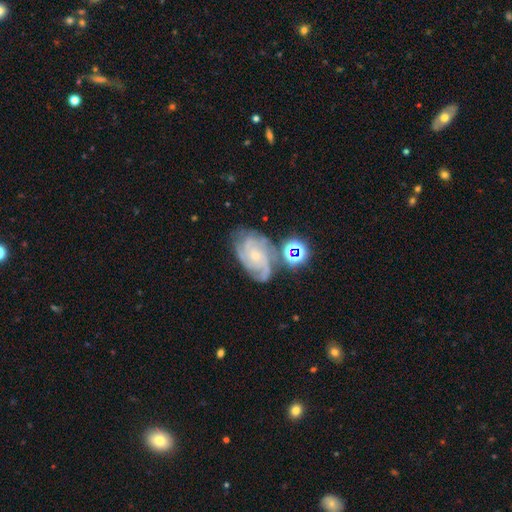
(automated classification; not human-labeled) Smooth or featured? featured or disk (82%)
Edge-on disk? no (97%)
Bar? no (72%)
Spiral arms? yes (97%)
Spiral winding? tight (58%)
Spiral arm count? 3 (36%)
Bulge size? small (75%)
Merging? none (63%)